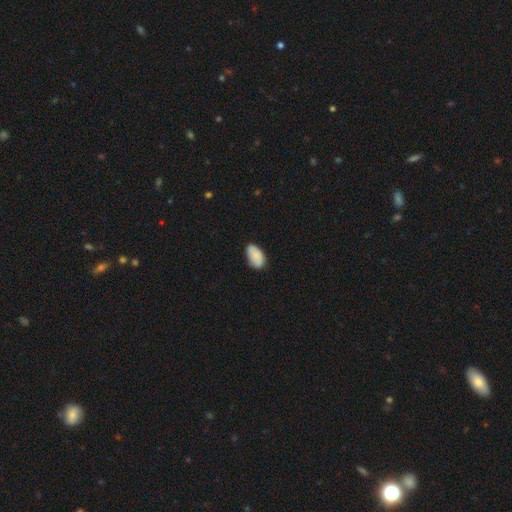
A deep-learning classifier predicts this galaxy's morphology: This is clearly a smooth galaxy (83%). How rounded: clearly in between (94%). Merging: likely none (74%).